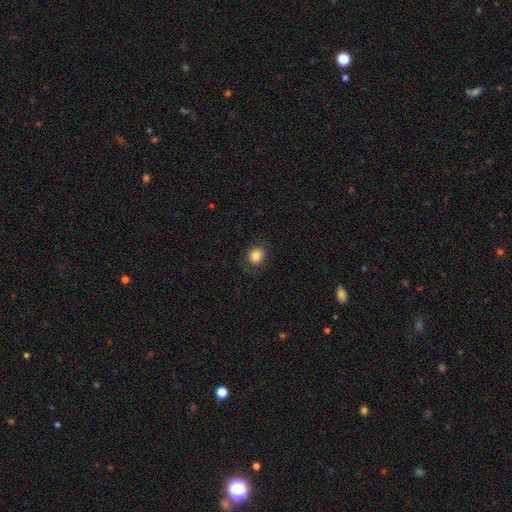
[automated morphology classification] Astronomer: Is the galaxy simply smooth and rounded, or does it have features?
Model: smooth — 85%.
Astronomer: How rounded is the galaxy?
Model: round — 67%.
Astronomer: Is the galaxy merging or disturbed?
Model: none — 79%.